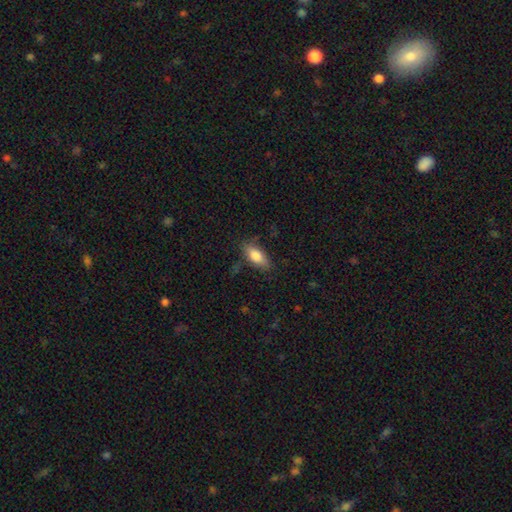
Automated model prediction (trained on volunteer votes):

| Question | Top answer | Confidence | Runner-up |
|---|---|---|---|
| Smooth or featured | smooth | 79% | featured or disk (14%) |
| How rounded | in between | 80% | cigar-shaped (17%) |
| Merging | none | 75% | minor disturbance (18%) |